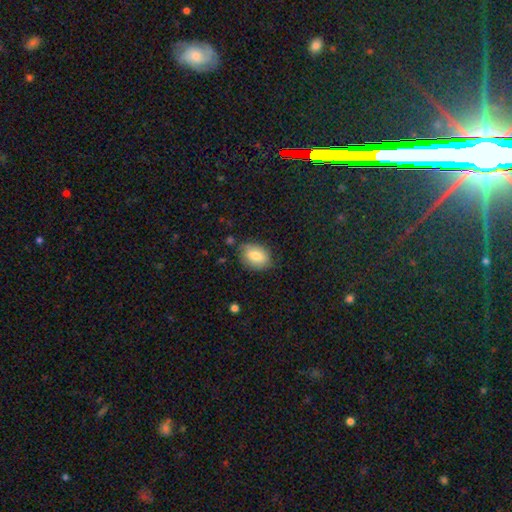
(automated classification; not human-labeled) This is likely a smooth galaxy (78%). How rounded: likely in between (73%). Merging: likely none (75%).